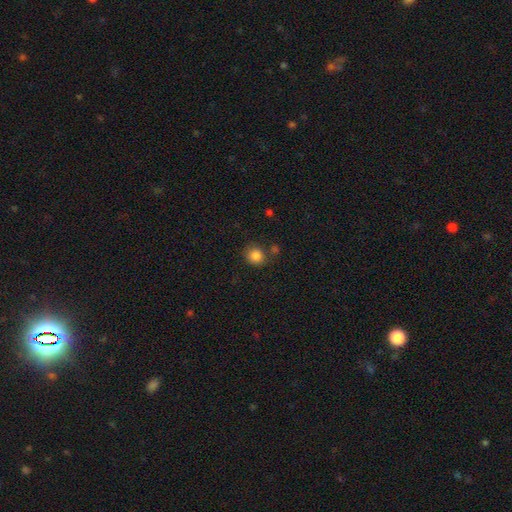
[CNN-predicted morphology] Smooth or featured? Predicted: smooth (p=0.85). How rounded? Predicted: round (p=0.86). Merging? Predicted: none (p=0.73).